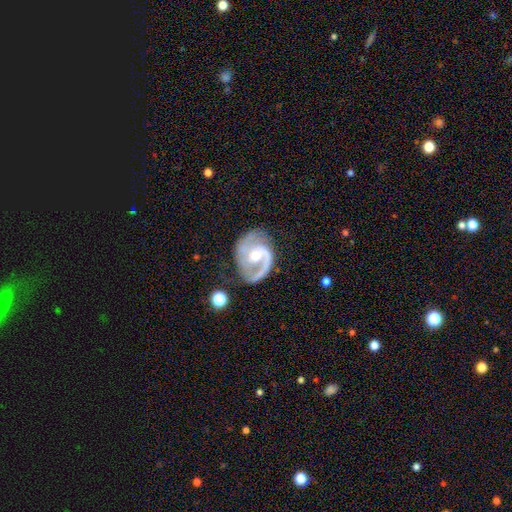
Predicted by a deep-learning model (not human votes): Q: Smooth or featured?
A: featured or disk (90%); runner-up: smooth (6%)
Q: Edge-on disk?
A: no (98%); runner-up: yes (2%)
Q: Bar?
A: no (50%); runner-up: weak (36%)
Q: Spiral arms?
A: yes (97%); runner-up: no (3%)
Q: Spiral winding?
A: medium (51%); runner-up: tight (30%)
Q: Spiral arm count?
A: 2 (77%); runner-up: 1 (14%)
Q: Bulge size?
A: moderate (58%); runner-up: small (38%)
Q: Merging?
A: none (65%); runner-up: minor disturbance (21%)